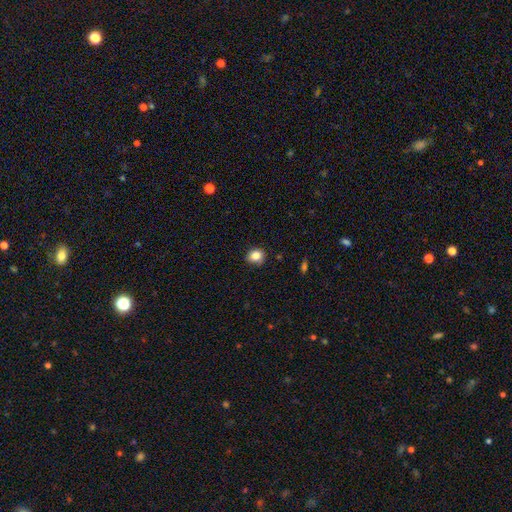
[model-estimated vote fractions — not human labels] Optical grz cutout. It shows a smooth galaxy with no disk features (84%) that is round (74%). Merging: none (85%).